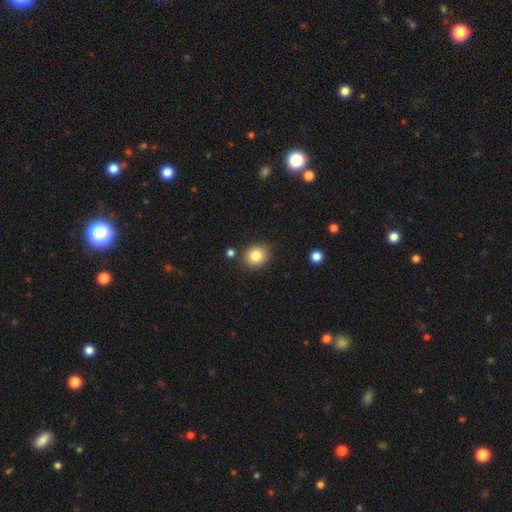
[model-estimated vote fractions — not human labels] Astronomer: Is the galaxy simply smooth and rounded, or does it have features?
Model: smooth — 84%.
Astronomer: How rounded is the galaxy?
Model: round — 67%.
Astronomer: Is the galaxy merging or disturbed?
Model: none — 83%.